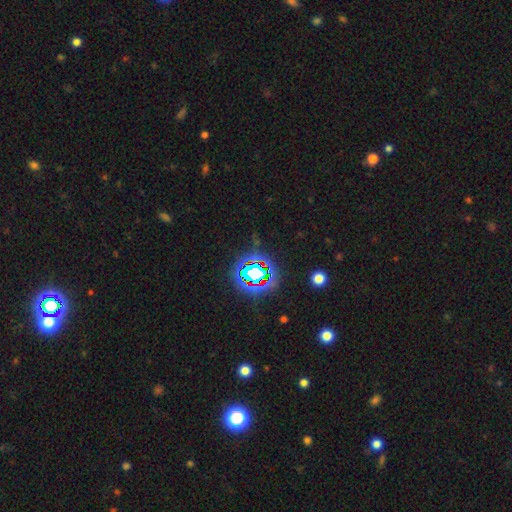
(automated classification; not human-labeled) smooth_or_featured: star or artifact (p=0.82) [alt: smooth p=0.11]